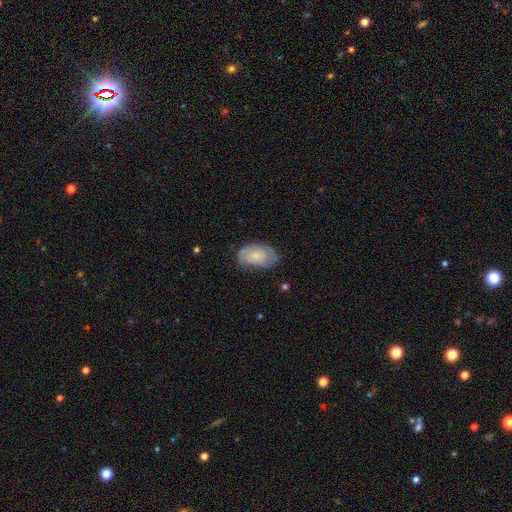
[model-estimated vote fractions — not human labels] A smooth galaxy with no disk features (50%). Merging: none (66%).